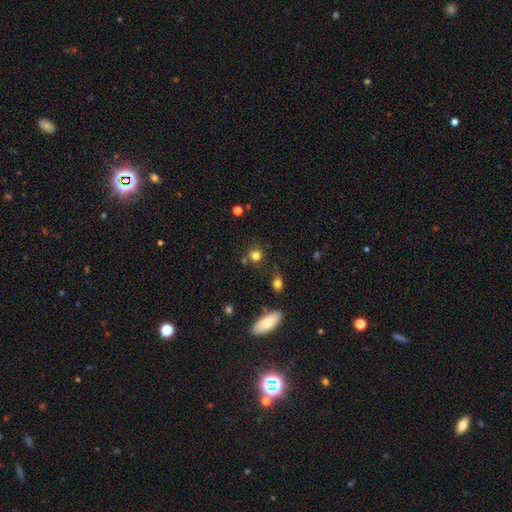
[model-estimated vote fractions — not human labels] Smooth or featured? Predicted: smooth (p=0.80). How rounded? Predicted: round (p=0.84). Merging? Predicted: none (p=0.74).